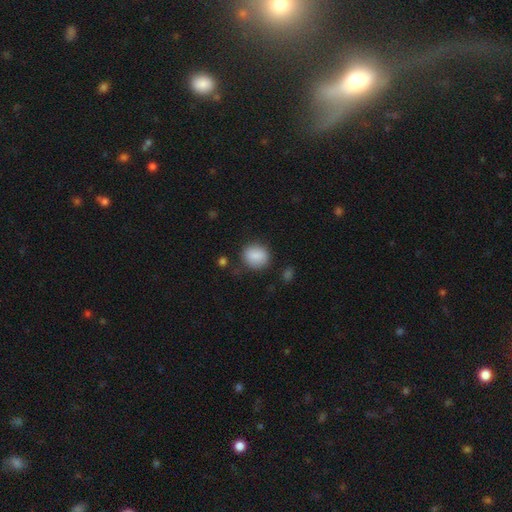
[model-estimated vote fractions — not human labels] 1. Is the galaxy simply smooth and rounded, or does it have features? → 87% smooth, 8% star or artifact, 5% featured or disk.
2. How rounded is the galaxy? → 72% round, 27% in between, 1% cigar-shaped.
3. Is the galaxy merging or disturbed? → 78% none, 15% minor disturbance, 5% major disturbance, 3% merger.